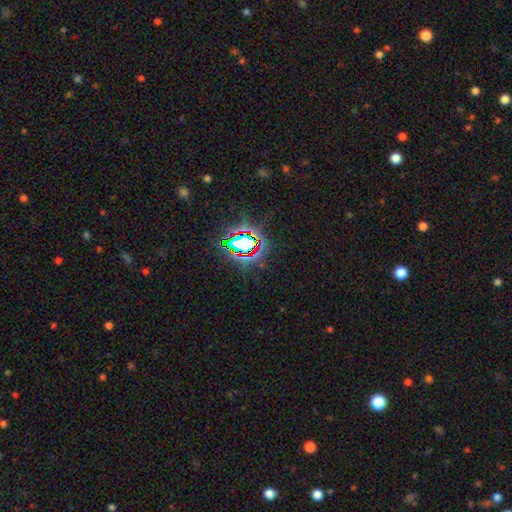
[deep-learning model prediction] A star or artifact, not a galaxy (80%).